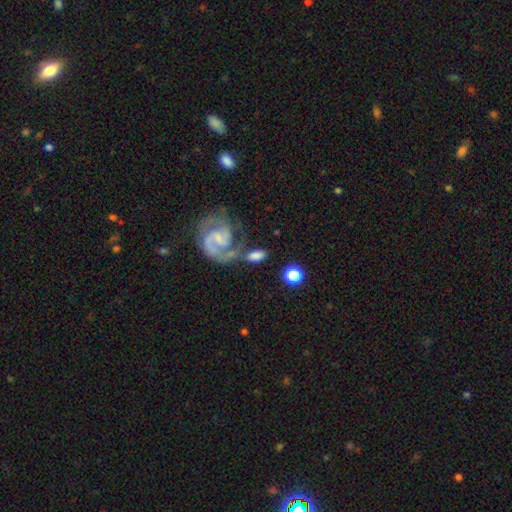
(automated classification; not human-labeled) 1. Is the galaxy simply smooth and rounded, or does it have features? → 47% smooth, 45% featured or disk, 8% star or artifact.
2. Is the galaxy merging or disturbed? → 54% none, 21% merger, 16% minor disturbance, 10% major disturbance.